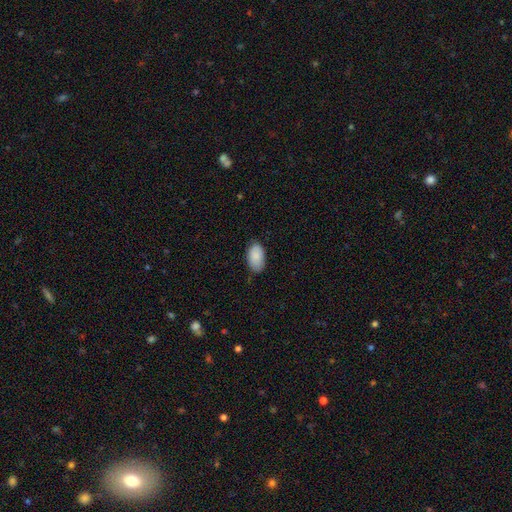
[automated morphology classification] This is clearly a smooth galaxy (88%). How rounded: clearly in between (95%). Merging: likely none (77%).